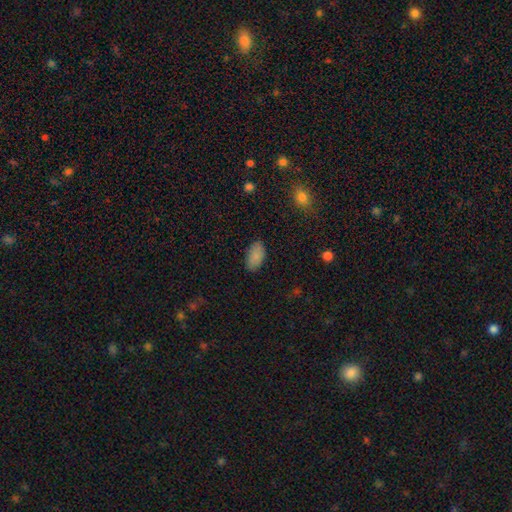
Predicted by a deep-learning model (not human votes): Smooth or featured? smooth (86%)
How rounded? in between (94%)
Merging? none (85%)